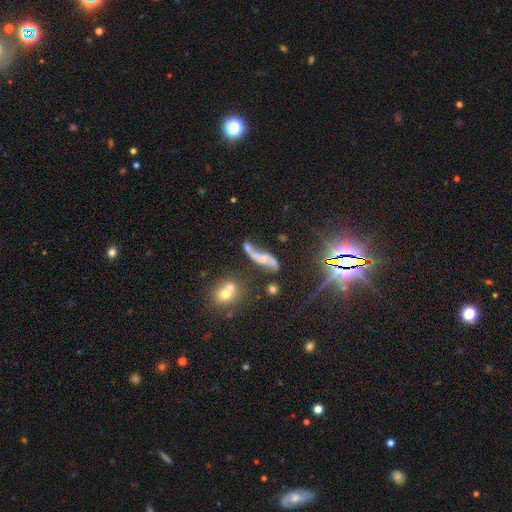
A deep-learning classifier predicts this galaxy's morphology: Q: Smooth or featured?
A: featured or disk (63%); runner-up: smooth (21%)
Q: Edge-on disk?
A: no (85%); runner-up: yes (15%)
Q: Bar?
A: no (62%); runner-up: weak (26%)
Q: Spiral arms?
A: yes (76%); runner-up: no (24%)
Q: Bulge size?
A: small (44%); runner-up: none (26%)
Q: Merging?
A: none (36%); runner-up: merger (27%)